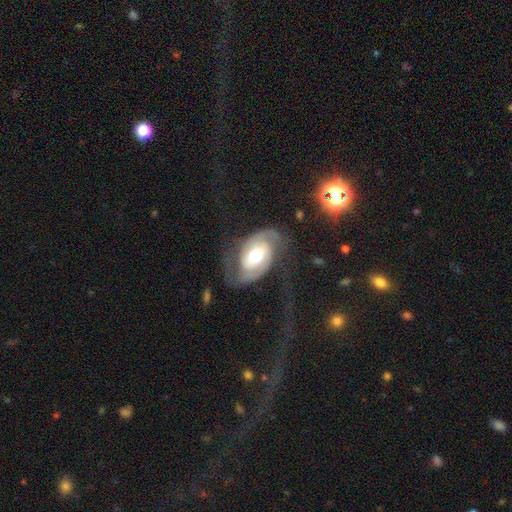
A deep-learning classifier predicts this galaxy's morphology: Q: Smooth or featured?
A: featured or disk (80%); runner-up: smooth (15%)
Q: Edge-on disk?
A: no (96%); runner-up: yes (4%)
Q: Bar?
A: no (46%); runner-up: weak (36%)
Q: Spiral arms?
A: yes (91%); runner-up: no (9%)
Q: Spiral winding?
A: medium (45%); runner-up: tight (28%)
Q: Spiral arm count?
A: 2 (85%); runner-up: can't tell (7%)
Q: Bulge size?
A: moderate (63%); runner-up: large (24%)
Q: Merging?
A: none (56%); runner-up: major disturbance (24%)